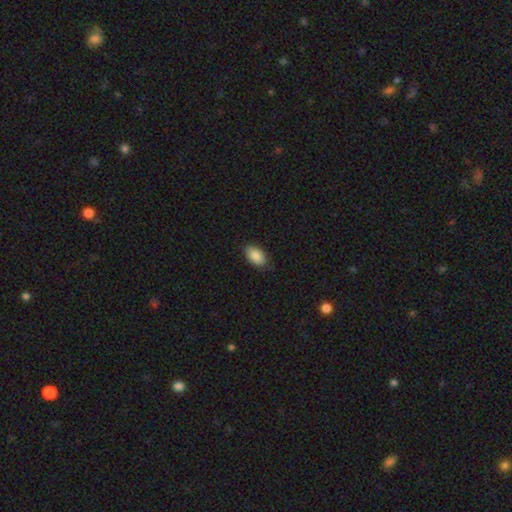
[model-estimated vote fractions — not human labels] Smooth or featured? Predicted: smooth (p=0.87). How rounded? Predicted: in between (p=0.93). Merging? Predicted: none (p=0.82).